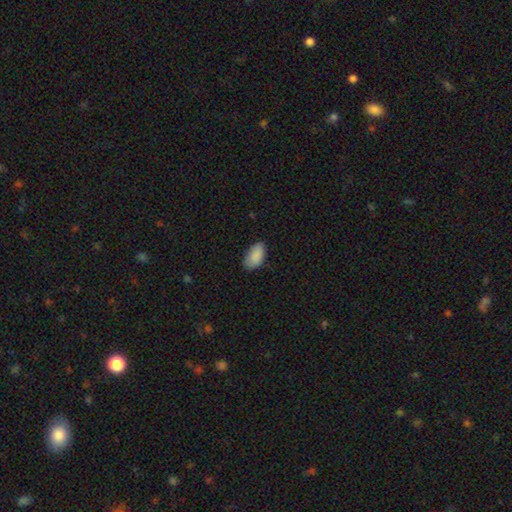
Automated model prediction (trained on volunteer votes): Smooth or featured: smooth — 88% (star or artifact — 7%)
How rounded: in between — 94% (round — 4%)
Merging: none — 75% (minor disturbance — 21%)